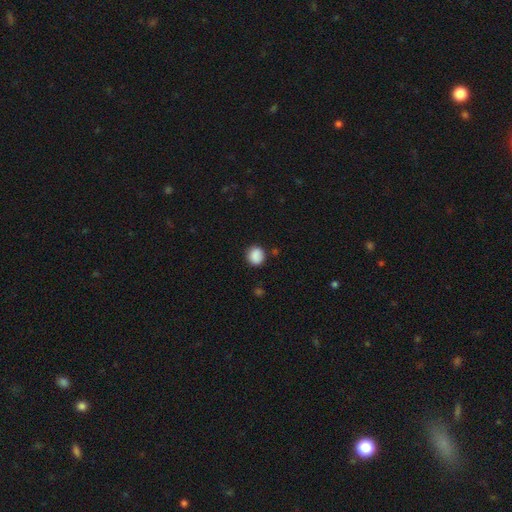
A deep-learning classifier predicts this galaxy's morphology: A smooth galaxy with no disk features (88%) that is round (83%). Merging: none (84%).